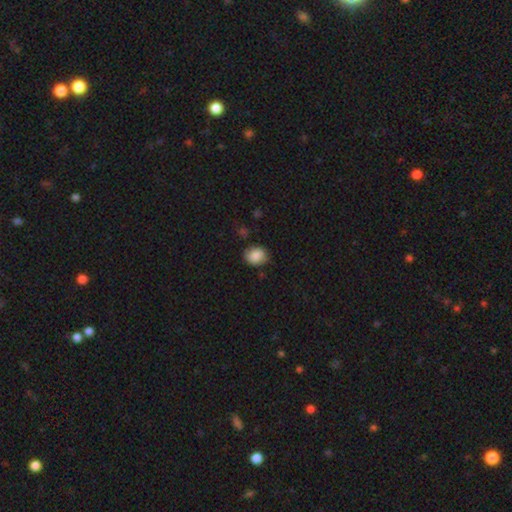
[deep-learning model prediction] This is clearly a smooth galaxy (87%). How rounded: possibly in between (54%). Merging: likely none (79%).